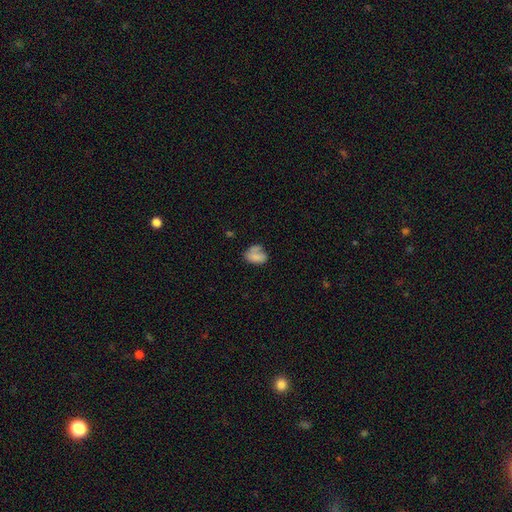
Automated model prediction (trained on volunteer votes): The model was most divided on "merging": none: 39%, minor disturbance: 26%, major disturbance: 18%, merger: 17%. More confident: how rounded — in between (77%); smooth or featured — smooth (72%).